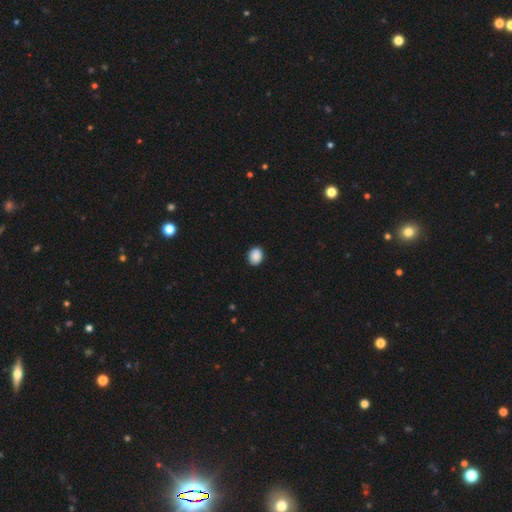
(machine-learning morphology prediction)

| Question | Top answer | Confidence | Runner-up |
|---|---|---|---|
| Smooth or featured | smooth | 89% | star or artifact (8%) |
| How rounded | in between | 51% | round (49%) |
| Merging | none | 90% | minor disturbance (8%) |